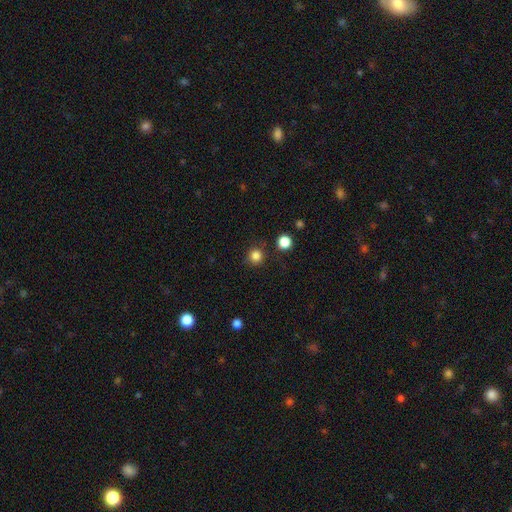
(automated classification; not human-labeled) A smooth galaxy with no disk features (83%) that is round (94%). Merging: none (87%).